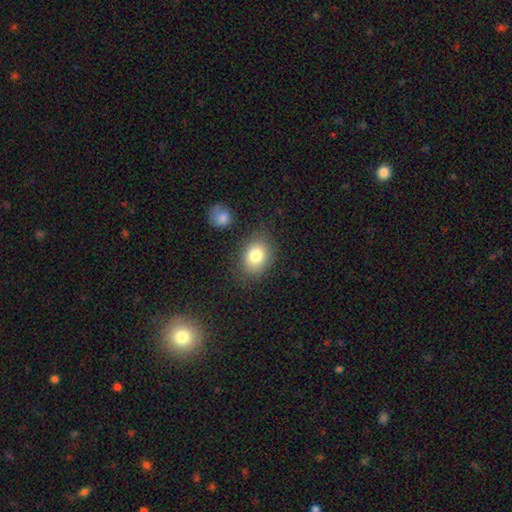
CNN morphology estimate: smooth 81%, featured or disk 10%, star or artifact 9%. Down the decision tree: how rounded — in between (56%); merging — none (78%).